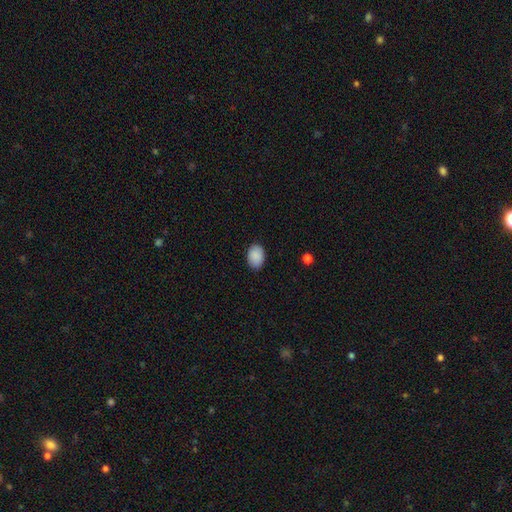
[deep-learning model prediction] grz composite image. It shows a smooth galaxy with no disk features (90%) that is in between round and cigar-shaped (80%). Merging: none (88%).